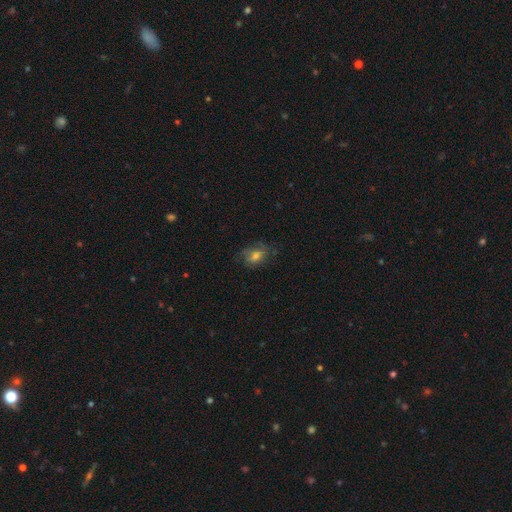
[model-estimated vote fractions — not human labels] smooth 53%, featured or disk 34%, star or artifact 14%. Down the decision tree: how rounded — in between (71%); merging — none (62%).